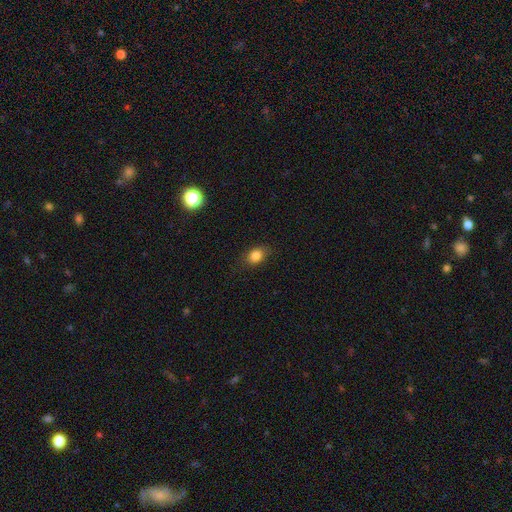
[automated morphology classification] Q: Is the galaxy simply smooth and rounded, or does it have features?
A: smooth — 84%.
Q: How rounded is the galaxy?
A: in between — 68%.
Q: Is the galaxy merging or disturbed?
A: none — 81%.